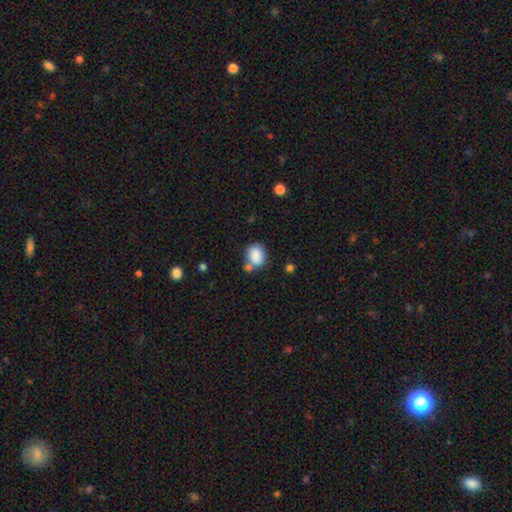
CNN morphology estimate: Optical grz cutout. It shows a smooth galaxy with no disk features (84%) that is in between round and cigar-shaped (50%). Merging: none (51%).